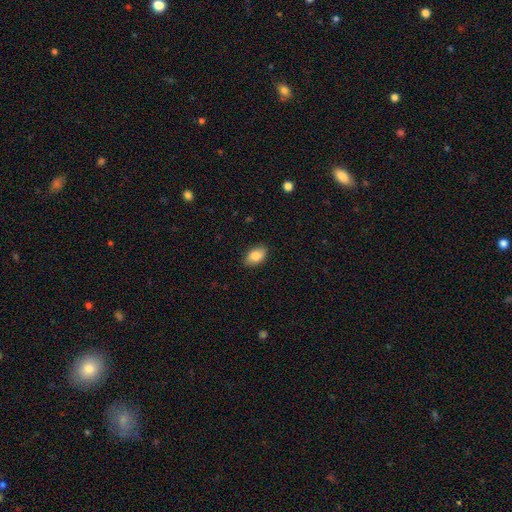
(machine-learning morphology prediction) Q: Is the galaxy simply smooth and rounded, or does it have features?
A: smooth — 84%.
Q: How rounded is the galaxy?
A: in between — 89%.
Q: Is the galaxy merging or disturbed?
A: none — 85%.